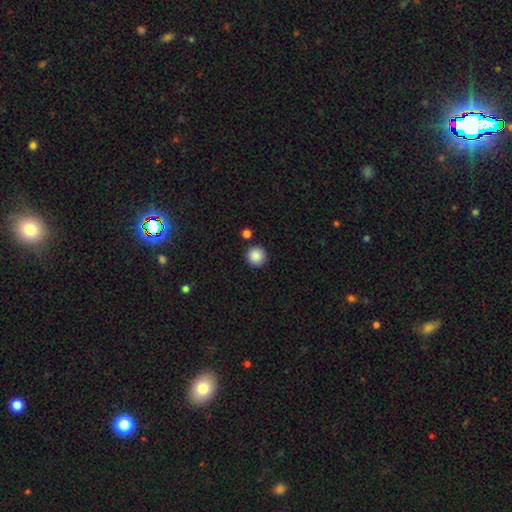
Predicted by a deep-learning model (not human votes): Smooth or featured? smooth (88%)
How rounded? round (95%)
Merging? none (89%)